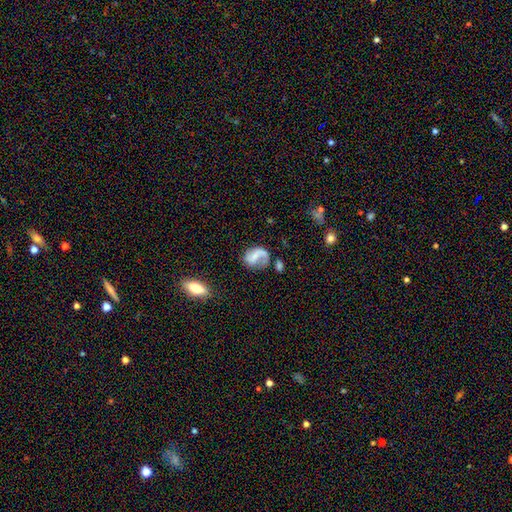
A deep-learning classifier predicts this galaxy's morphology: type=featured or disk (58%); edge-on=no (97%); bar=no (45%); spiral arms=yes (81%); bulge=none (50%); merging=none (44%).